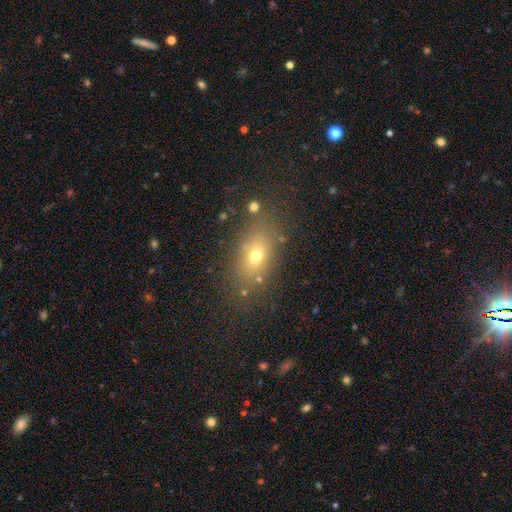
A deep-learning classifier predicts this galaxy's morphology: This appears to be a smooth galaxy with no disk features (66%) that is in between round and cigar-shaped (76%). Merging: none (76%).